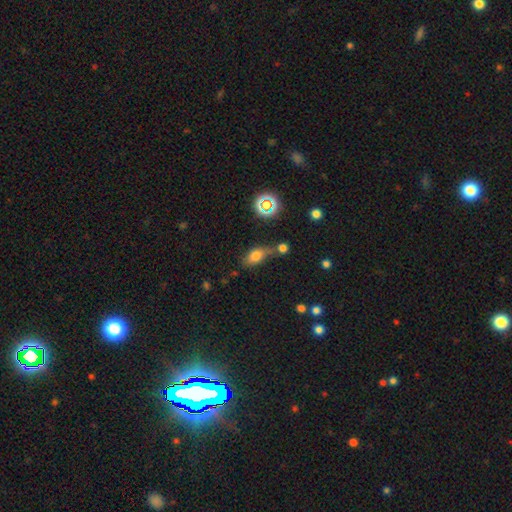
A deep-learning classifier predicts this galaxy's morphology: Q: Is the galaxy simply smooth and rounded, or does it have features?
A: smooth — 70%.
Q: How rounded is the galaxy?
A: in between — 76%.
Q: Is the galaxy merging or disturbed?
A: none — 48%.